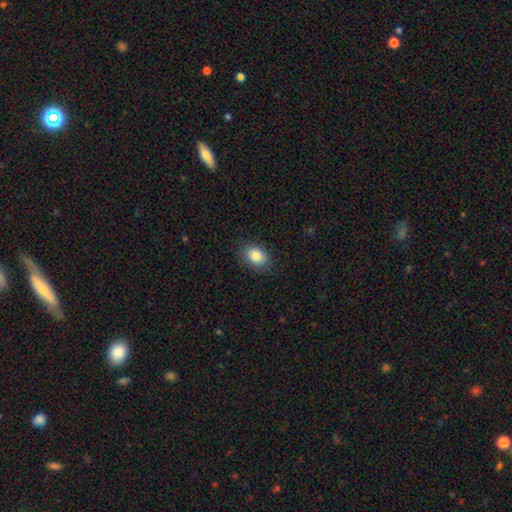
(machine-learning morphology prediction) A smooth galaxy with no disk features (85%) that is in between round and cigar-shaped (78%). Merging: none (86%).